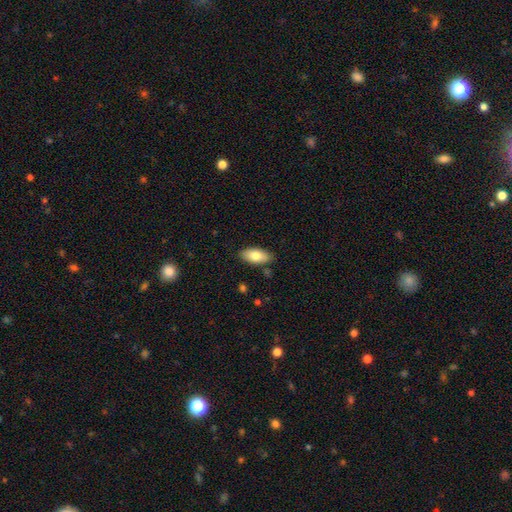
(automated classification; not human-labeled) Smooth or featured?
  - smooth: 81% *
  - featured or disk: 12%
  - star or artifact: 6%
How rounded?
  - in between: 91% *
  - cigar-shaped: 6%
  - round: 3%
Merging?
  - none: 85% *
  - minor disturbance: 11%
  - major disturbance: 2%
  - merger: 2%